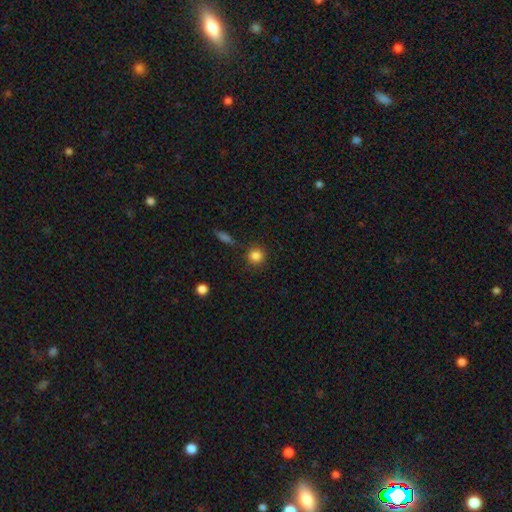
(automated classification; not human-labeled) smooth_or_featured: smooth (p=0.85) [alt: star or artifact p=0.11]
how_rounded: round (p=0.90) [alt: in between p=0.08]
merging: none (p=0.87) [alt: minor disturbance p=0.08]